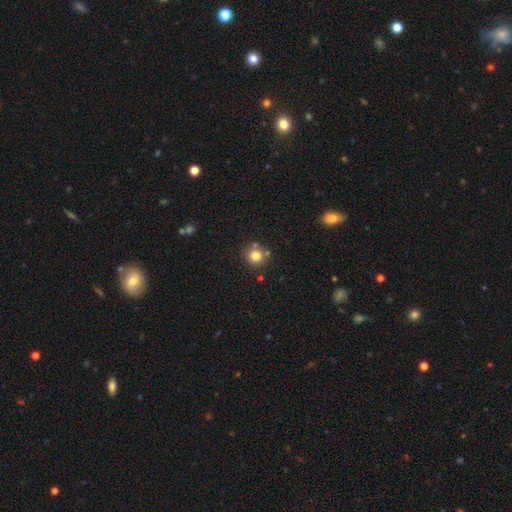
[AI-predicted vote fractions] Morphology: type=smooth (79%); roundness=round (92%); merging=none (74%).